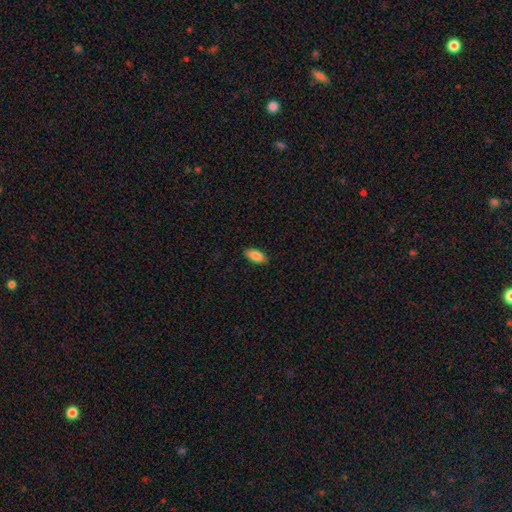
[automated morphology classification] Smooth or featured: smooth — 86% (featured or disk — 8%)
How rounded: in between — 88% (cigar-shaped — 10%)
Merging: none — 88% (minor disturbance — 9%)